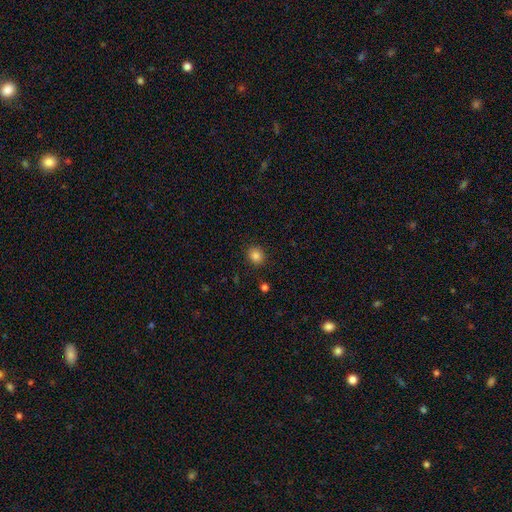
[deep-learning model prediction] Smooth or featured?
  - smooth: 85% *
  - star or artifact: 11%
  - featured or disk: 4%
How rounded?
  - round: 77% *
  - in between: 22%
  - cigar-shaped: 1%
Merging?
  - none: 89% *
  - minor disturbance: 7%
  - major disturbance: 2%
  - merger: 1%